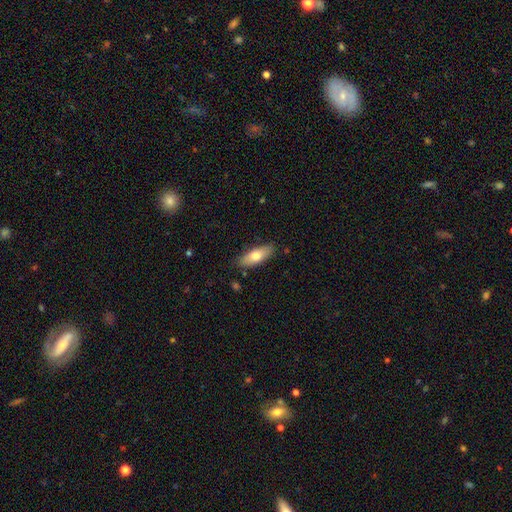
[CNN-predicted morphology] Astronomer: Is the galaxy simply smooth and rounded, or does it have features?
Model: smooth — 72%.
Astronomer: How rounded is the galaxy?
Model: in between — 69%.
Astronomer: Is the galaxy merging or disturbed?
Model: none — 85%.